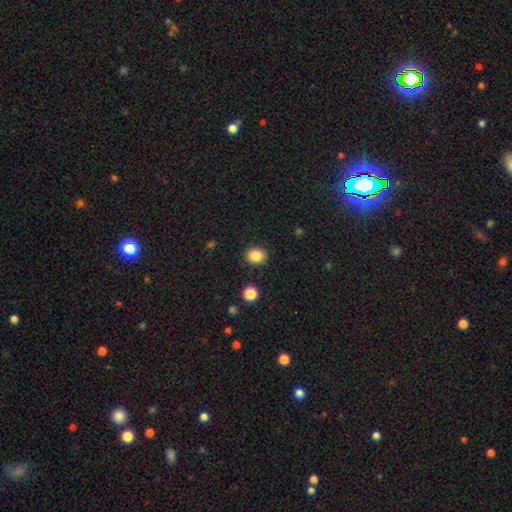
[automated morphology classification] A smooth galaxy with no disk features (86%) that is round (74%).

Vote fractions:
- Smooth or featured? smooth: 86% / star or artifact: 10% / featured or disk: 4%
- How rounded? round: 74% / in between: 25% / cigar-shaped: 1%
- Merging? none: 89% / minor disturbance: 7% / major disturbance: 2% / merger: 2%